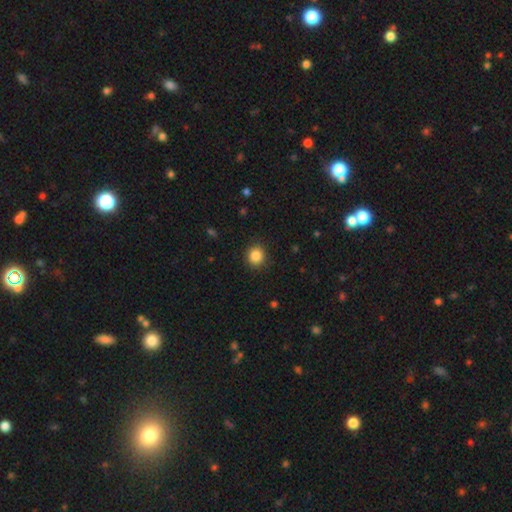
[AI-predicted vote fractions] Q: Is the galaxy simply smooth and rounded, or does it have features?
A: smooth — 86%.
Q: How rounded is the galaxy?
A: round — 84%.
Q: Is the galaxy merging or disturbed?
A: none — 89%.